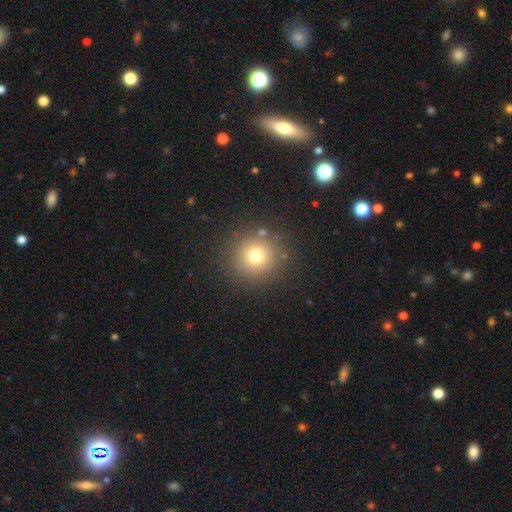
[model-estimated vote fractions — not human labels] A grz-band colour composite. It shows a smooth galaxy with no disk features (73%) that is round (94%). Merging: none (87%).